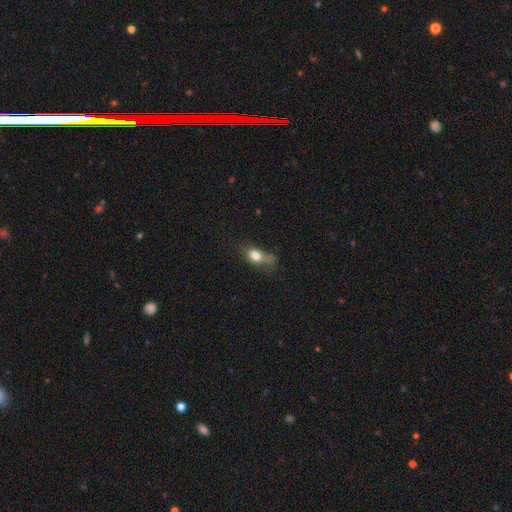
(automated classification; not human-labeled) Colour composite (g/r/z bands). It shows a smooth galaxy with no disk features (75%) that is in between round and cigar-shaped (67%). Merging: major disturbance (37%).